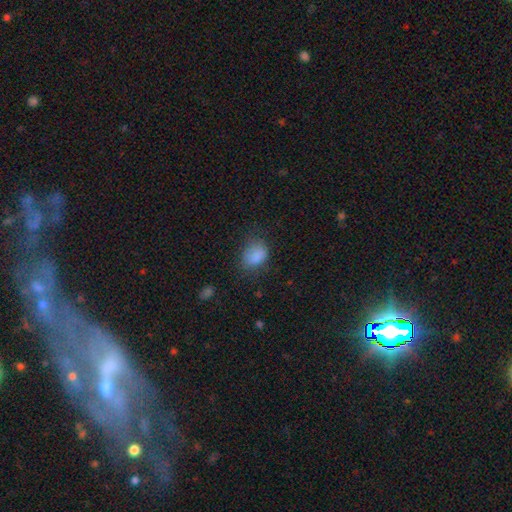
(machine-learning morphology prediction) A smooth galaxy with no disk features (82%) that is in between round and cigar-shaped (70%). Merging: none (58%).